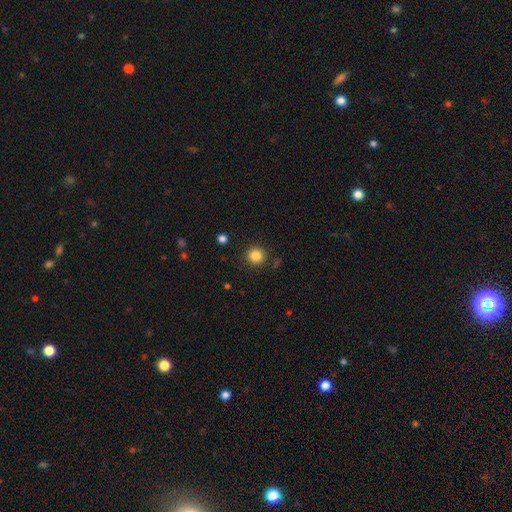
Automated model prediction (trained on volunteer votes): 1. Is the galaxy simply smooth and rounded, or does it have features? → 84% smooth, 11% star or artifact, 5% featured or disk.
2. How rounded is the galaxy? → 94% round, 5% in between, 1% cigar-shaped.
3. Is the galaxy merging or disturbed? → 90% none, 6% minor disturbance, 2% major disturbance, 2% merger.